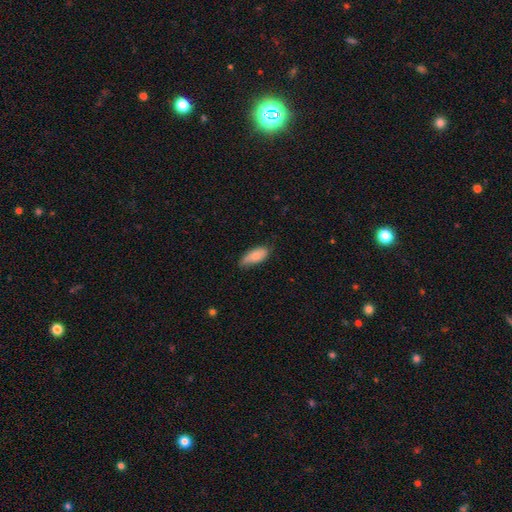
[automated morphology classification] Smooth or featured?
  - smooth: 76% *
  - featured or disk: 18%
  - star or artifact: 6%
How rounded?
  - in between: 85% *
  - cigar-shaped: 13%
  - round: 2%
Merging?
  - none: 66% *
  - minor disturbance: 29%
  - major disturbance: 4%
  - merger: 1%